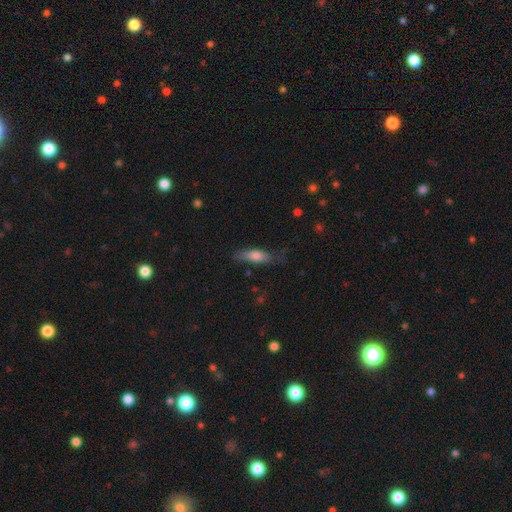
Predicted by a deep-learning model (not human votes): smooth_or_featured: smooth (p=0.70) [alt: featured or disk p=0.24]
how_rounded: cigar-shaped (p=0.52) [alt: in between p=0.46]
merging: none (p=0.68) [alt: minor disturbance p=0.24]